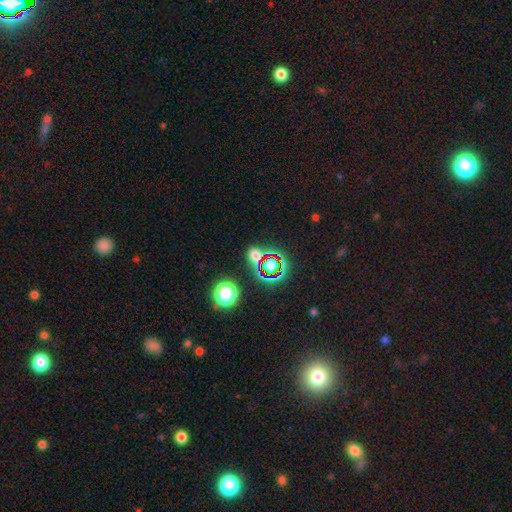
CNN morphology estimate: Smooth or featured: smooth — 50% (star or artifact — 41%)
How rounded: round — 66% (in between — 32%)
Merging: none — 70% (minor disturbance — 12%)